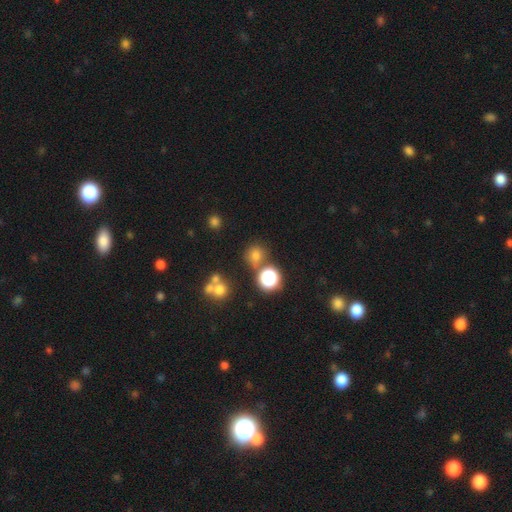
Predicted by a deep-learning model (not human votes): Q: Smooth or featured?
A: smooth (66%); runner-up: star or artifact (25%)
Q: How rounded?
A: round (85%); runner-up: in between (14%)
Q: Merging?
A: none (72%); runner-up: merger (13%)